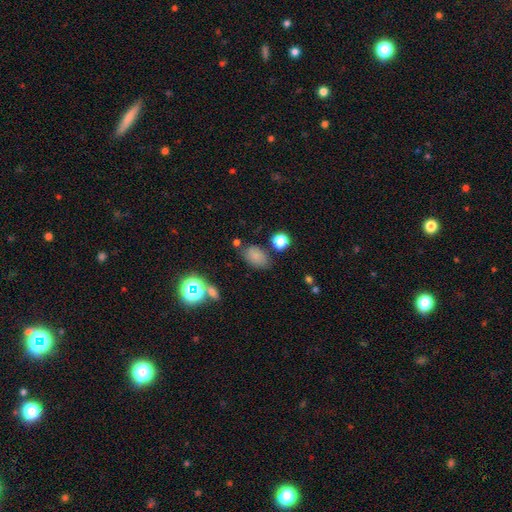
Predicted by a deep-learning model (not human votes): smooth-or-featured: smooth: 78% | star or artifact: 14% | featured or disk: 8%
  how-rounded: in between: 86% | round: 13% | cigar-shaped: 2%
  merging: none: 72% | minor disturbance: 17% | merger: 6% | major disturbance: 5%